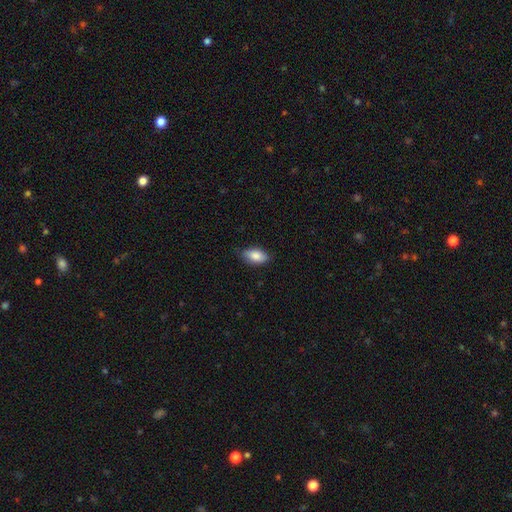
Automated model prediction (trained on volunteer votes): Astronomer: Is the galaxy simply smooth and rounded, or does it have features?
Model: smooth — 85%.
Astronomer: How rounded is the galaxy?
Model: in between — 92%.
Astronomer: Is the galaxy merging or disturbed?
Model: none — 83%.